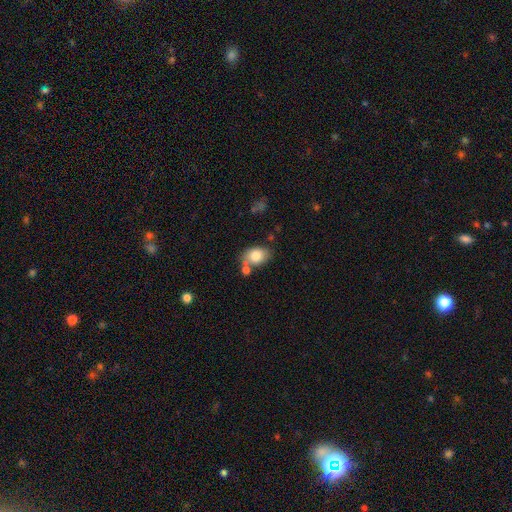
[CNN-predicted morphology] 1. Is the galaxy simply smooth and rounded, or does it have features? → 80% smooth, 12% featured or disk, 8% star or artifact.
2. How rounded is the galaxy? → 77% in between, 21% round, 1% cigar-shaped.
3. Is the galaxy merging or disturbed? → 56% none, 20% merger, 18% minor disturbance, 6% major disturbance.